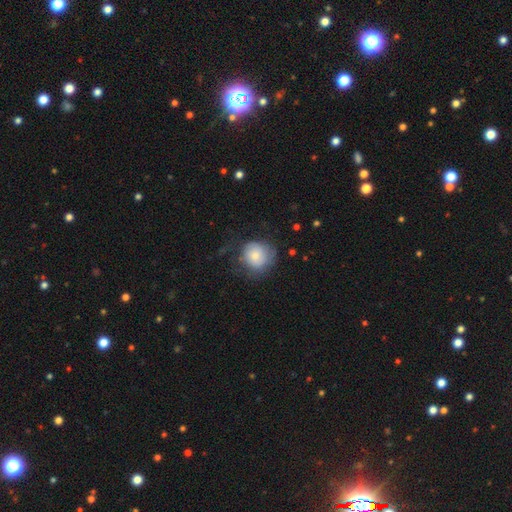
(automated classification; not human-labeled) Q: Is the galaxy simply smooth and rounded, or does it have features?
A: smooth — 71%.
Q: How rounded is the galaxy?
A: round — 86%.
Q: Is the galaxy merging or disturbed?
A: none — 54%.